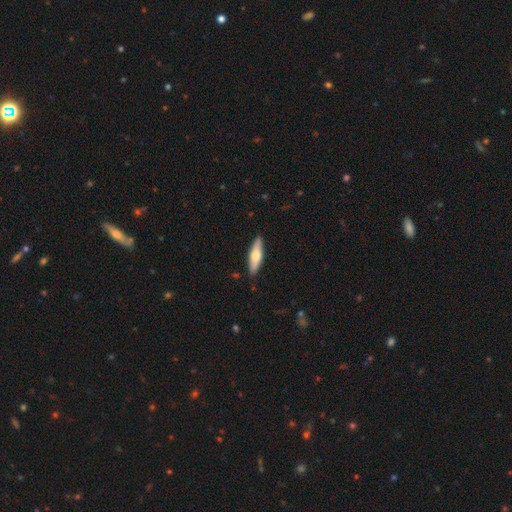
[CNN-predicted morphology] smooth_or_featured: smooth (p=0.60) [alt: featured or disk p=0.34]
how_rounded: cigar-shaped (p=0.60) [alt: in between p=0.38]
merging: none (p=0.88) [alt: minor disturbance p=0.09]